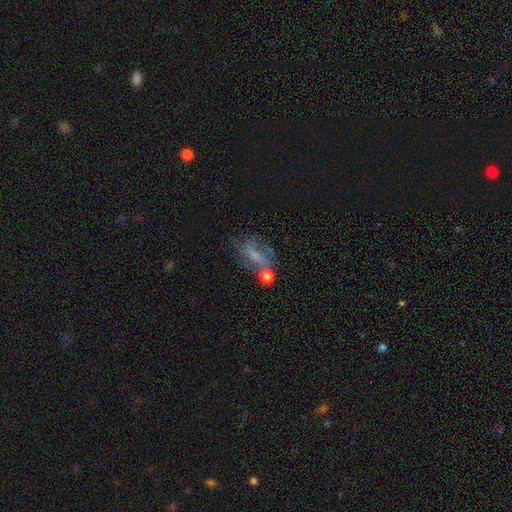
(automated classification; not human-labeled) Q: Smooth or featured?
A: featured or disk (46%); runner-up: smooth (38%)
Q: Merging?
A: none (40%); runner-up: major disturbance (25%)